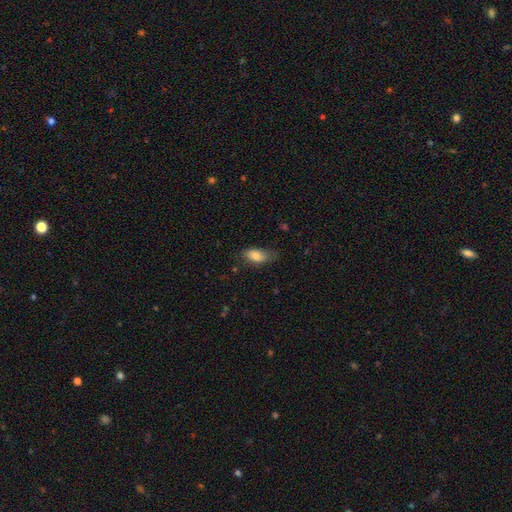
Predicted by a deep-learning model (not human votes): This is clearly a smooth galaxy (81%). How rounded: clearly in between (88%). Merging: likely none (60%).